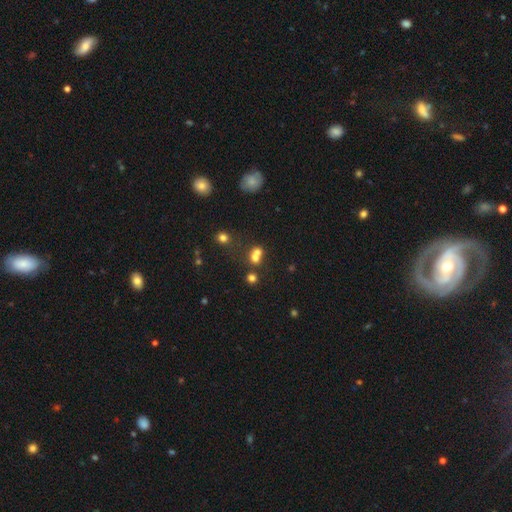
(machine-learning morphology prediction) type=smooth (65%); roundness=round (71%); merging=merger (55%).